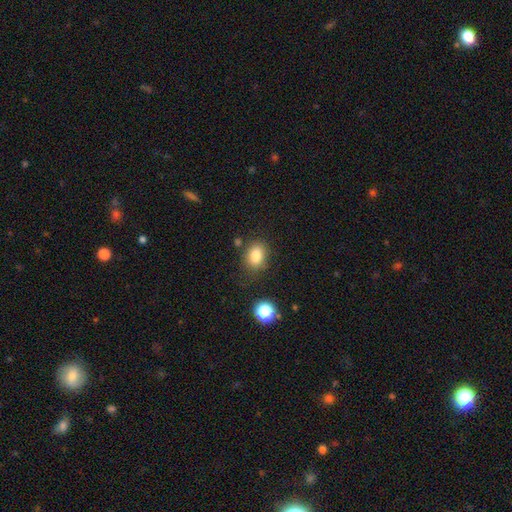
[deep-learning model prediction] smooth 83%, star or artifact 11%, featured or disk 6%. Down the decision tree: how rounded — in between (68%); merging — none (75%).